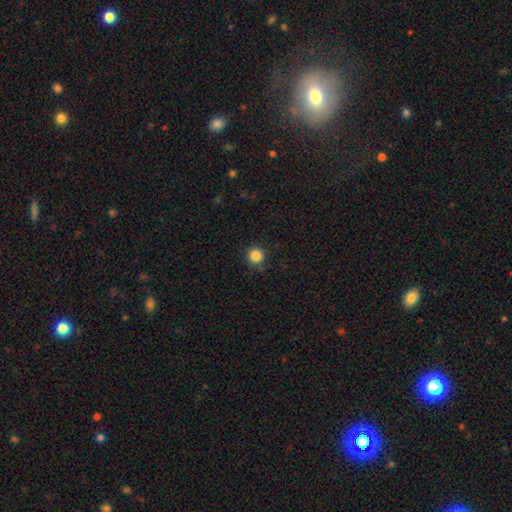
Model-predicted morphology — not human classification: smooth 86%, star or artifact 11%, featured or disk 3%. Down the decision tree: how rounded — round (94%); merging — none (86%).